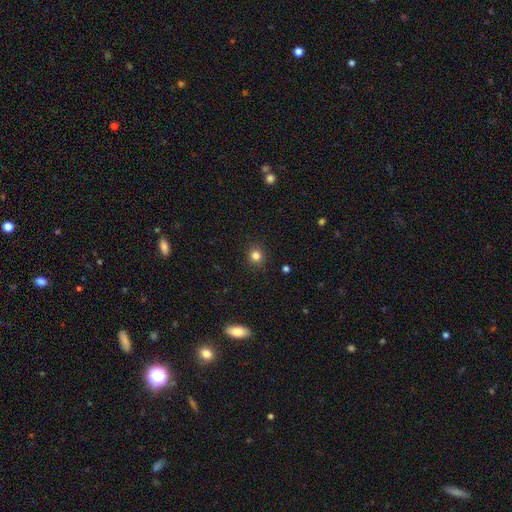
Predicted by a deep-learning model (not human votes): Smooth or featured?
  - smooth: 82% *
  - star or artifact: 13%
  - featured or disk: 5%
How rounded?
  - round: 88% *
  - in between: 11%
  - cigar-shaped: 1%
Merging?
  - none: 90% *
  - minor disturbance: 7%
  - major disturbance: 2%
  - merger: 1%